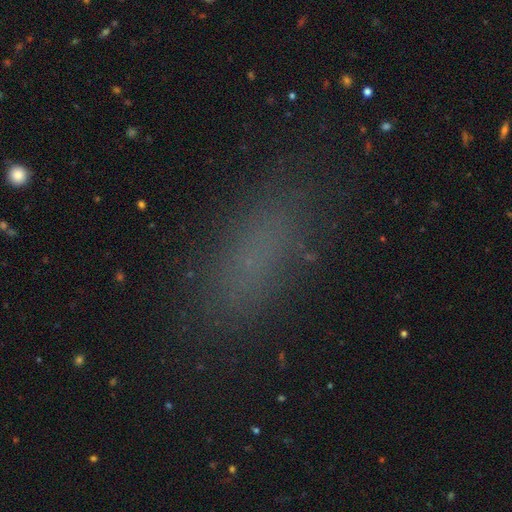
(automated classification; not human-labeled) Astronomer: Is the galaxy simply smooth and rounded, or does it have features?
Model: smooth — 73%.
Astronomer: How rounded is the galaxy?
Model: in between — 69%.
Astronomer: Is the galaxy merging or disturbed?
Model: none — 84%.